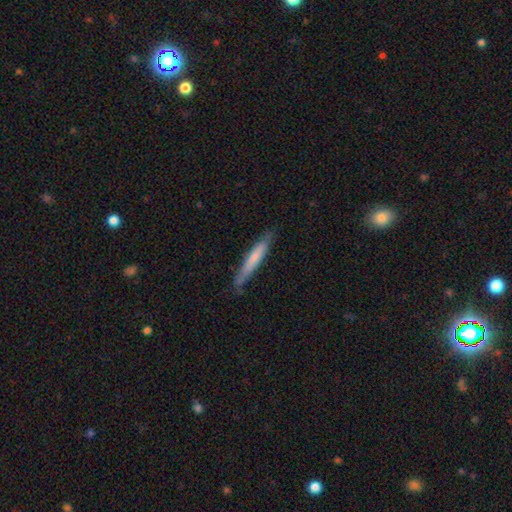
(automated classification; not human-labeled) Overall: smooth (64%; featured or disk 31%). How rounded: cigar-shaped (94%). Merging: none (80%).